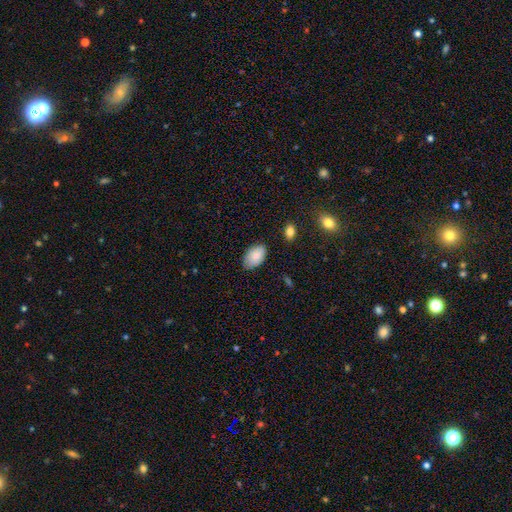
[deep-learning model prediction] Smooth or featured? Predicted: smooth (p=0.85). How rounded? Predicted: in between (p=0.93). Merging? Predicted: none (p=0.78).